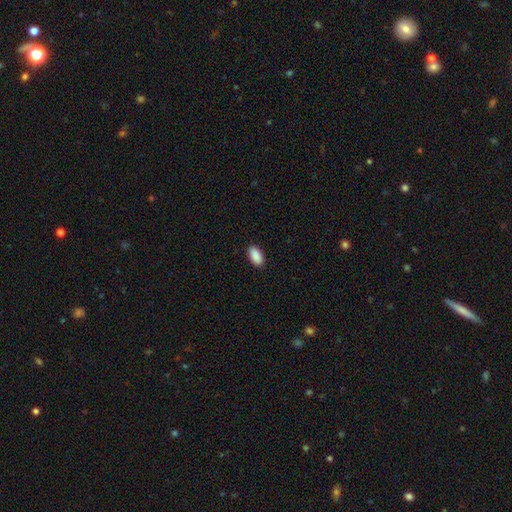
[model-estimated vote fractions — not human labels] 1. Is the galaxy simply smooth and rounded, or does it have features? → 91% smooth, 7% star or artifact, 2% featured or disk.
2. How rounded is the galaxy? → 95% in between, 3% round, 3% cigar-shaped.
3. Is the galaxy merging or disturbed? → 90% none, 7% minor disturbance, 2% major disturbance, 1% merger.